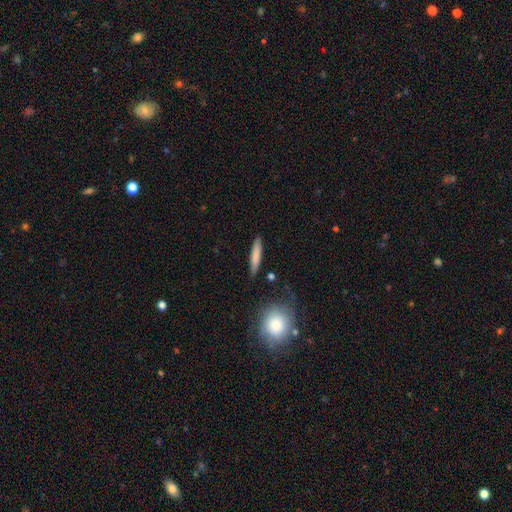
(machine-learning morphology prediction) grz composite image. It shows a smooth galaxy with no disk features (77%) that is cigar-shaped (89%). Merging: none (84%).